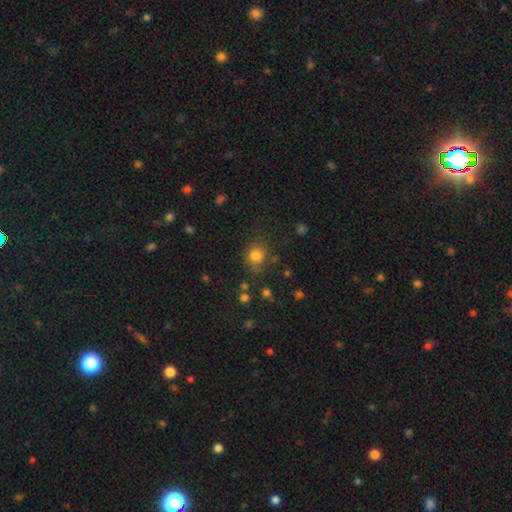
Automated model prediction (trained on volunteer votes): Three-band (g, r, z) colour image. It shows a smooth galaxy with no disk features (80%) that is round (73%). Merging: none (71%).